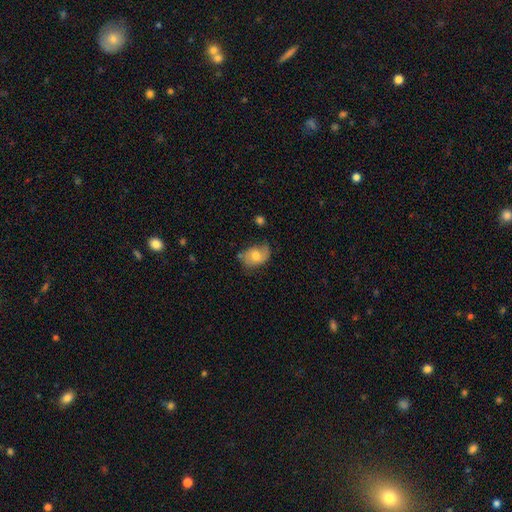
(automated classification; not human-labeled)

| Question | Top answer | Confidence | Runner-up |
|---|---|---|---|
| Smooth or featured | smooth | 57% | featured or disk (35%) |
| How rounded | in between | 74% | round (25%) |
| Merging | none | 53% | minor disturbance (32%) |